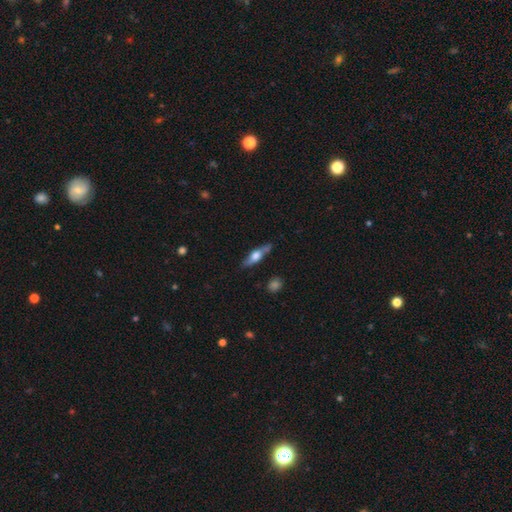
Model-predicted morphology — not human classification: This appears to be a featured or disk galaxy (51%) viewed edge-on (88%). Merging: none (77%).